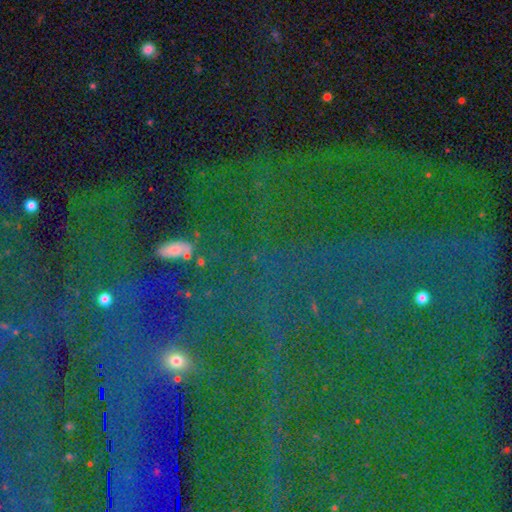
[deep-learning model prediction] Smooth or featured?
  - star or artifact: 83% *
  - smooth: 9%
  - featured or disk: 8%